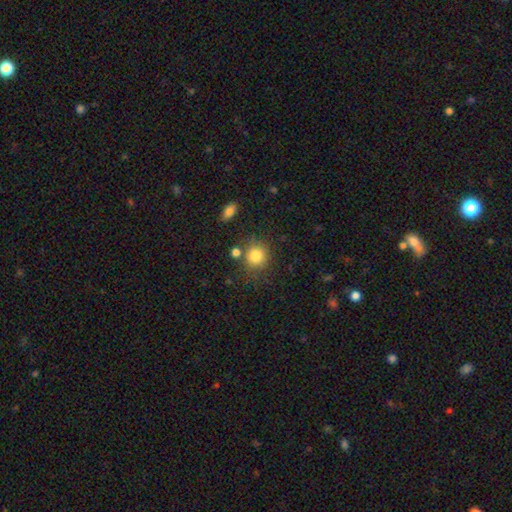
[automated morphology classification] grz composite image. It shows a smooth galaxy with no disk features (83%) that is round (84%). Merging: none (75%).